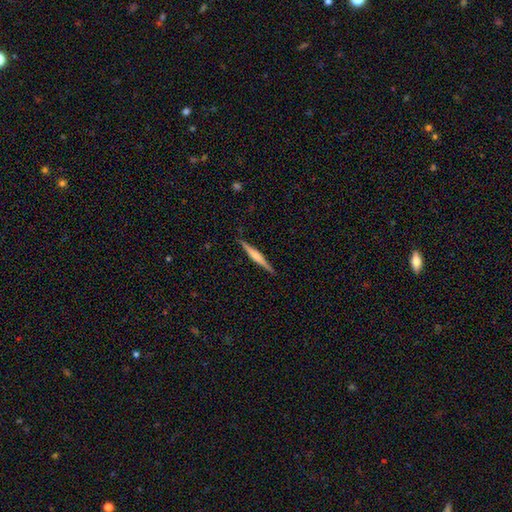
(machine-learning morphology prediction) Overall: featured or disk (62%; smooth 33%). Edge-on disk: yes (98%). Edge-on bulge: rounded (62%). Merging: none (90%).